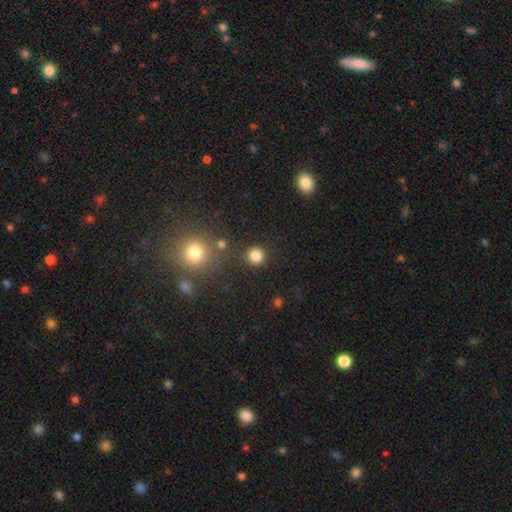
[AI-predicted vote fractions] Morphology: type=smooth (83%); roundness=round (93%); merging=none (88%).